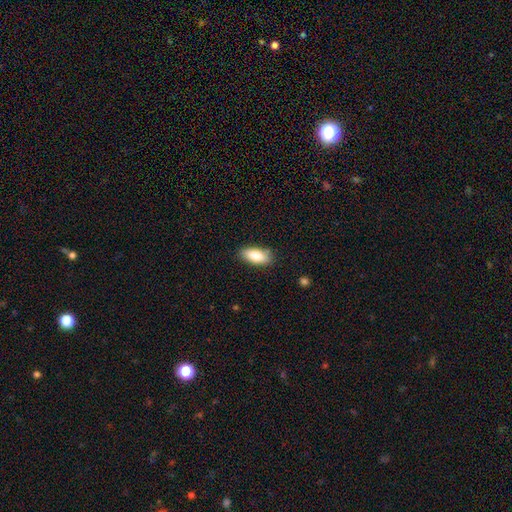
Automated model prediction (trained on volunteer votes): This appears to be a smooth galaxy with no disk features (82%) that is in between round and cigar-shaped (84%). Merging: none (84%).